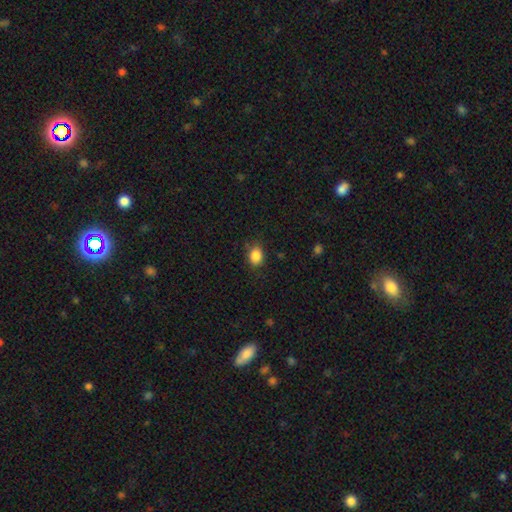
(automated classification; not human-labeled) This is clearly a smooth galaxy (87%). How rounded: possibly in between (60%). Merging: likely none (79%).